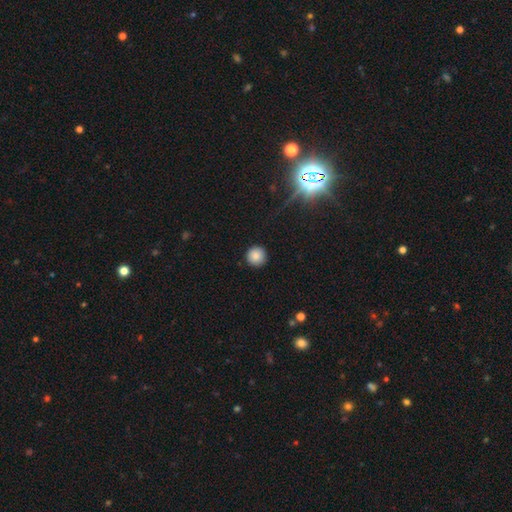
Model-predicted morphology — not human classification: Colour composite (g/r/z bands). It shows a smooth galaxy with no disk features (85%) that is round (96%). Merging: none (92%).